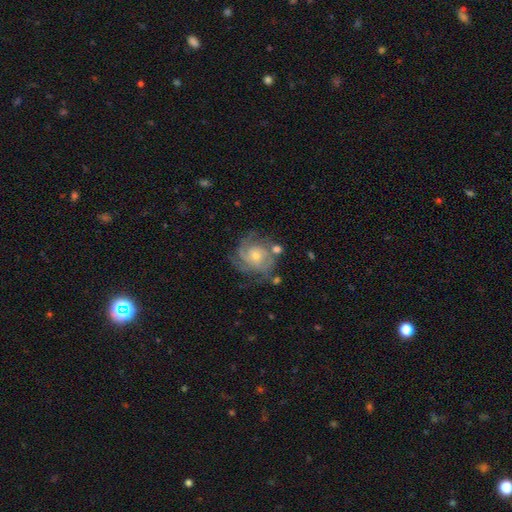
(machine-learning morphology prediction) Smooth or featured? Predicted: featured or disk (p=0.83). Edge-on disk? Predicted: no (p=0.98). Bar? Predicted: no (p=0.77). Spiral arms? Predicted: yes (p=0.95). Spiral winding? Predicted: tight (p=0.58). Spiral arm count? Predicted: 3 (p=0.35). Bulge size? Predicted: small (p=0.56). Merging? Predicted: none (p=0.63).